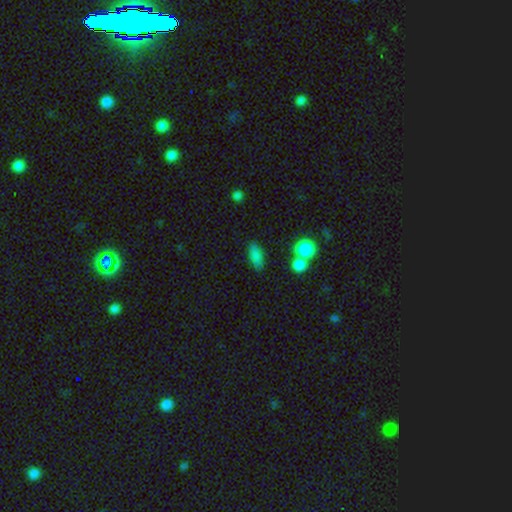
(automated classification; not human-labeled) A smooth galaxy with no disk features (84%) that is in between round and cigar-shaped (77%). Merging: none (77%).